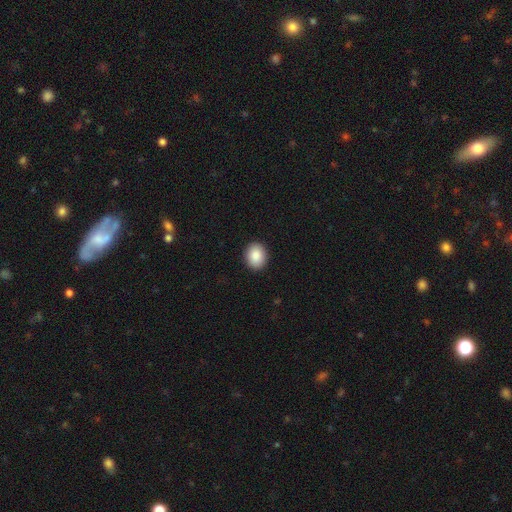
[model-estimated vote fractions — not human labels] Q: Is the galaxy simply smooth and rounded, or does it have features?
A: smooth — 89%.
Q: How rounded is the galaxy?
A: in between — 50%.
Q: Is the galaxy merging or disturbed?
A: none — 92%.